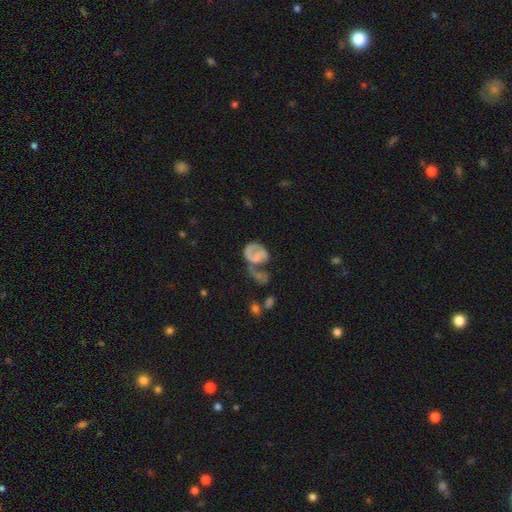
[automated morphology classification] smooth_or_featured: featured or disk (p=0.50) [alt: smooth p=0.39]
merging: major disturbance (p=0.34) [alt: none p=0.27]